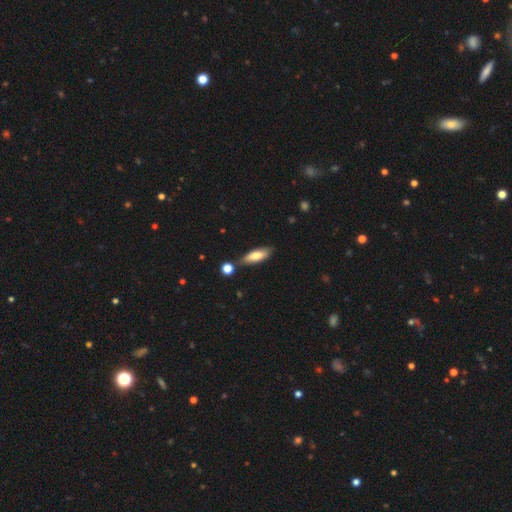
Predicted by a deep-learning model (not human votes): This is likely a smooth galaxy (73%). How rounded: possibly in between (56%). Merging: likely none (74%).